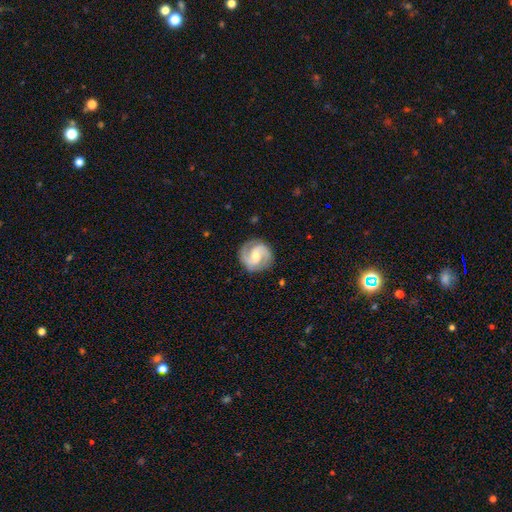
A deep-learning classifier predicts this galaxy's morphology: smooth-or-featured: featured or disk: 86% | smooth: 9% | star or artifact: 4%
  disk-edge-on: no: 98% | yes: 2%
    bar: weak: 48% | no: 33% | strong: 19%
    has-spiral-arms: yes: 97% | no: 3%
      spiral-winding: medium: 51% | tight: 34% | loose: 15%
      spiral-arm-count: 2: 91% | can't tell: 3% | 3: 2% | 1: 2% | 4: 1% | more than 4: 1%
    bulge-size: moderate: 50% | small: 44% | large: 3% | none: 2% | dominant: 1%
  merging: none: 84% | minor disturbance: 11% | major disturbance: 3% | merger: 1%